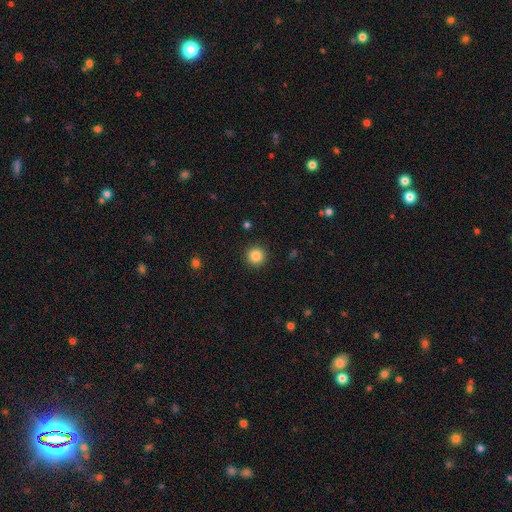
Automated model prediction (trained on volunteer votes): smooth 86%, star or artifact 10%, featured or disk 4%. Down the decision tree: how rounded — round (95%); merging — none (92%).